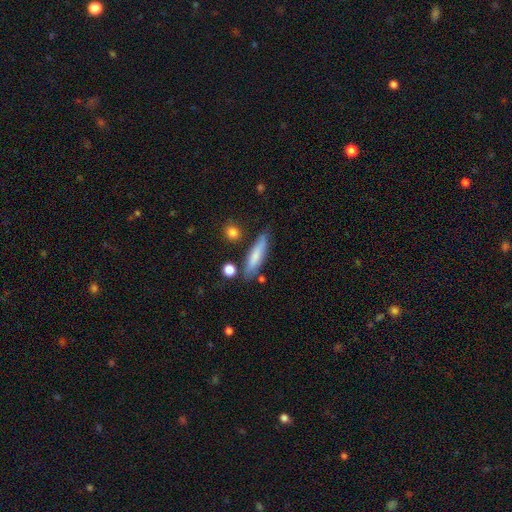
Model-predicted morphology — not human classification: Overall: smooth (69%). How rounded: cigar-shaped (79%). Merging: none (75%).